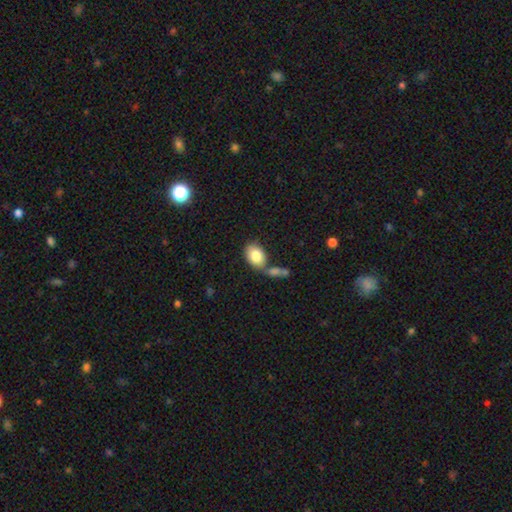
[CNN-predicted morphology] smooth 82%, featured or disk 11%, star or artifact 7%. Down the decision tree: how rounded — in between (82%); merging — none (56%).